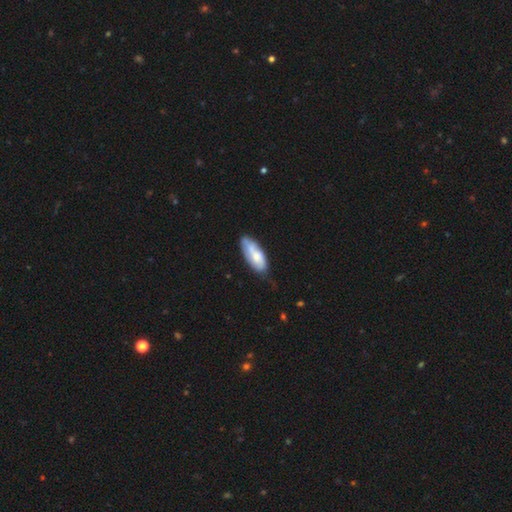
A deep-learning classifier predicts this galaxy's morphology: Q: Smooth or featured?
A: smooth (57%); runner-up: featured or disk (37%)
Q: How rounded?
A: in between (77%); runner-up: cigar-shaped (21%)
Q: Merging?
A: none (55%); runner-up: minor disturbance (31%)